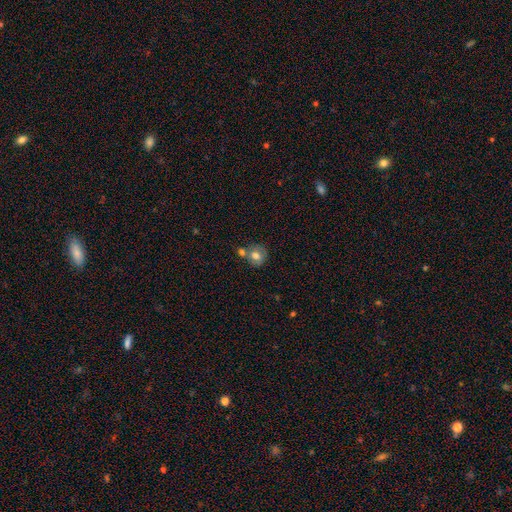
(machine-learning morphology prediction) smooth-or-featured: smooth: 70% | featured or disk: 21% | star or artifact: 9%
  how-rounded: round: 76% | in between: 23% | cigar-shaped: 1%
  merging: none: 49% | merger: 32% | minor disturbance: 15% | major disturbance: 5%